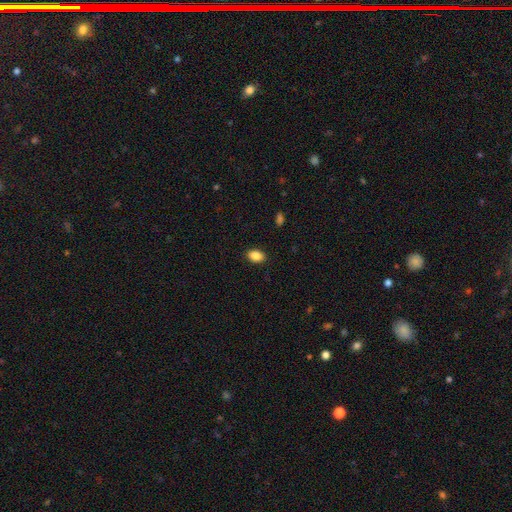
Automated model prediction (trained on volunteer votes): smooth 88%, star or artifact 8%, featured or disk 4%. Down the decision tree: how rounded — in between (85%); merging — none (89%).